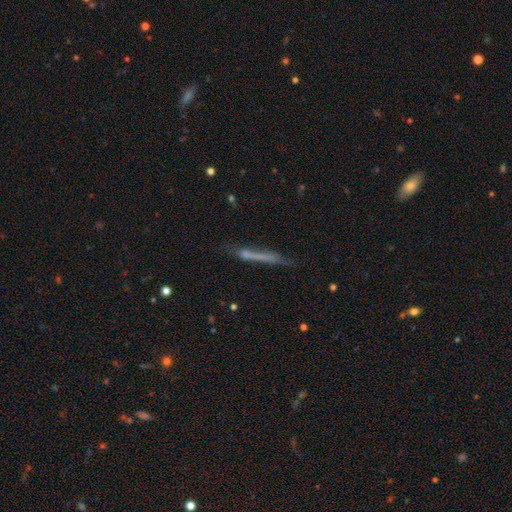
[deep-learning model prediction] A smooth galaxy with no disk features (47%). Merging: none (67%).